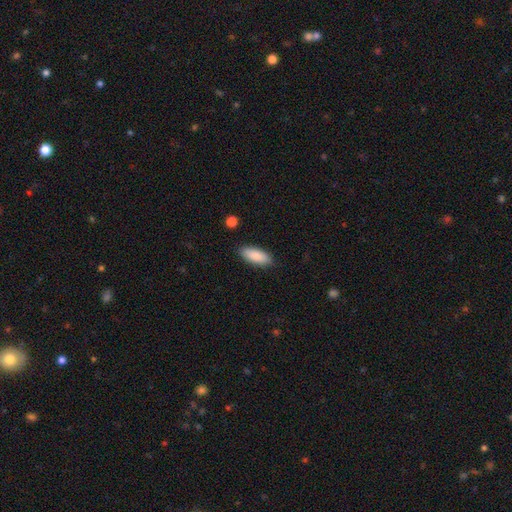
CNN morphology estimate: Smooth or featured?
  - smooth: 88% *
  - featured or disk: 6%
  - star or artifact: 6%
How rounded?
  - in between: 79% *
  - cigar-shaped: 19%
  - round: 2%
Merging?
  - none: 87% *
  - minor disturbance: 9%
  - major disturbance: 2%
  - merger: 1%